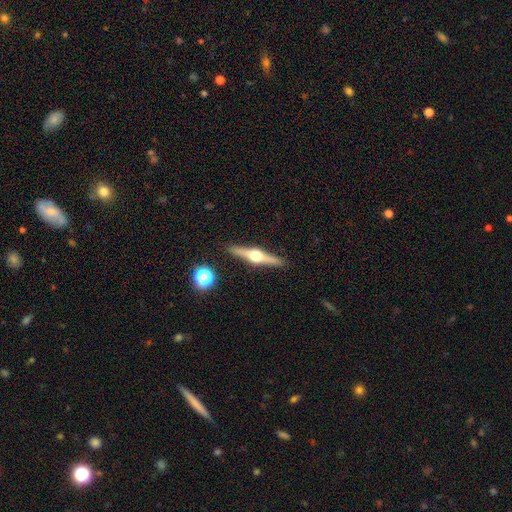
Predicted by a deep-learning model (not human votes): smooth_or_featured: featured or disk (p=0.79) [alt: smooth p=0.16]
disk_edge_on: yes (p=0.98) [alt: no p=0.02]
edge_on_bulge: rounded (p=0.95) [alt: boxy p=0.03]
merging: none (p=0.91) [alt: minor disturbance p=0.06]